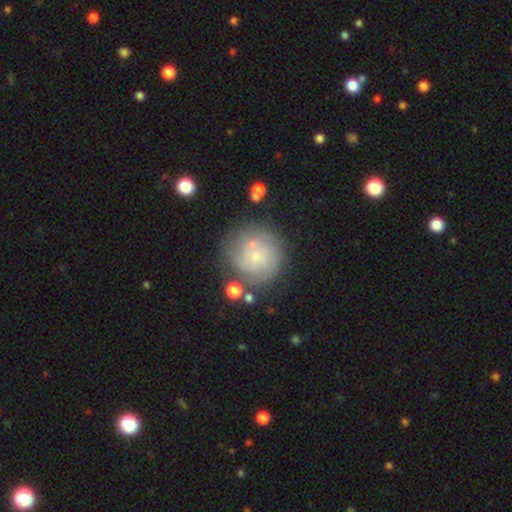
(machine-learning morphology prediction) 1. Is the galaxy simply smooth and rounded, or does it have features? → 51% featured or disk, 40% smooth, 9% star or artifact.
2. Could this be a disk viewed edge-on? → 98% no, 2% yes.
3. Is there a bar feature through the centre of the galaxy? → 82% no, 16% weak, 3% strong.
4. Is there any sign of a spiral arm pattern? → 73% yes, 27% no.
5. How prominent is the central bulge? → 77% small, 15% moderate, 5% none, 2% large, 1% dominant.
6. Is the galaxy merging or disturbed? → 68% none, 15% minor disturbance, 9% merger, 8% major disturbance.